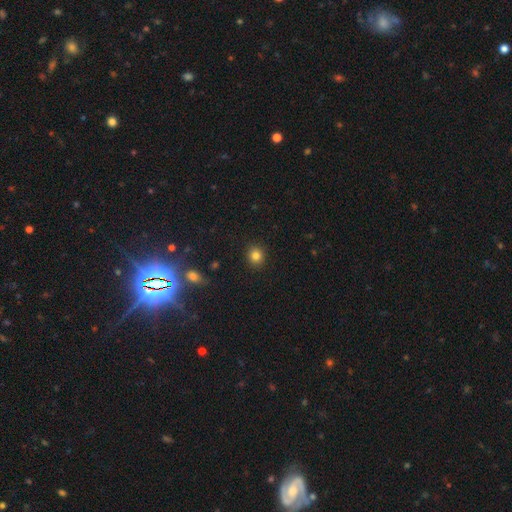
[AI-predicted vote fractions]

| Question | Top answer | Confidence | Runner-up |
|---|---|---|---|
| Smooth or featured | smooth | 83% | star or artifact (12%) |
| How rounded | round | 86% | in between (13%) |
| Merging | none | 91% | minor disturbance (6%) |